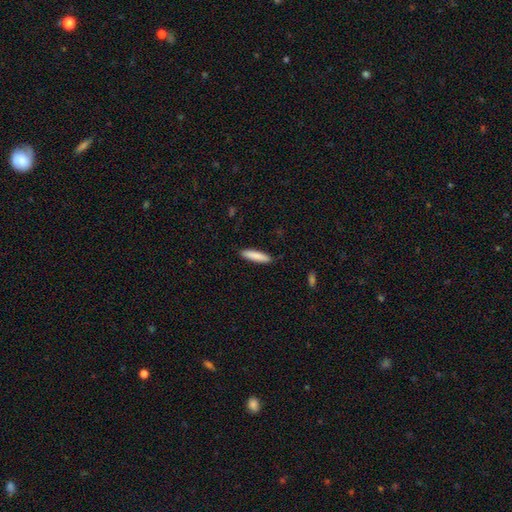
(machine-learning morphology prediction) A smooth galaxy with no disk features (86%) that is cigar-shaped (82%). Merging: none (89%).